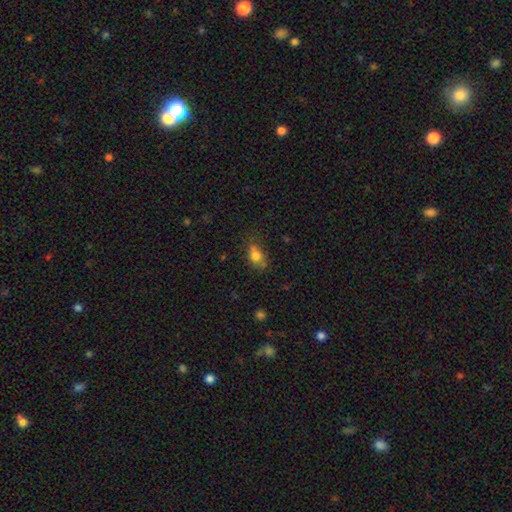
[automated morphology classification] smooth-or-featured: smooth: 76% | featured or disk: 13% | star or artifact: 12%
  how-rounded: in between: 65% | round: 33% | cigar-shaped: 2%
  merging: none: 57% | minor disturbance: 27% | major disturbance: 10% | merger: 6%